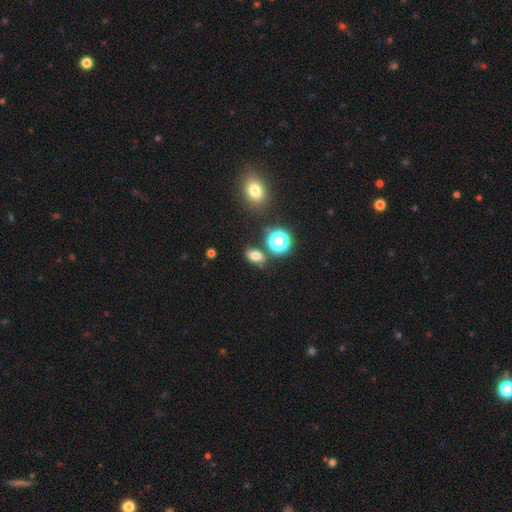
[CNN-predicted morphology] Smooth or featured: smooth — 69% (star or artifact — 21%)
How rounded: in between — 75% (round — 22%)
Merging: none — 76% (minor disturbance — 13%)